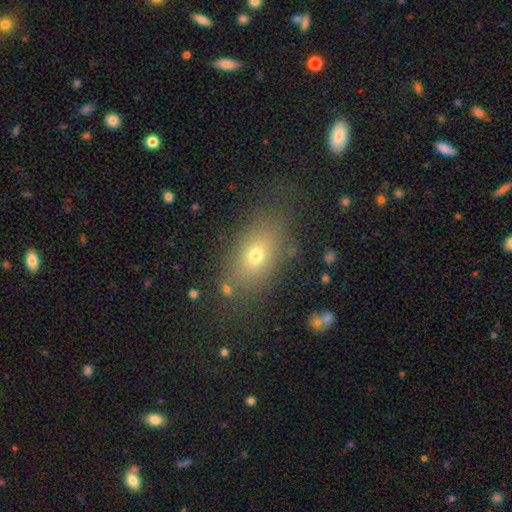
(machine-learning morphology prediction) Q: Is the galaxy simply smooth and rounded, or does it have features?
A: smooth — 69%.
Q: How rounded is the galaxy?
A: in between — 79%.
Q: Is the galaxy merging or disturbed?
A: none — 76%.